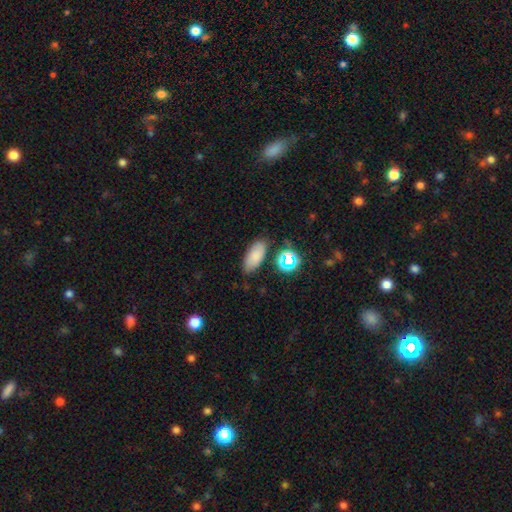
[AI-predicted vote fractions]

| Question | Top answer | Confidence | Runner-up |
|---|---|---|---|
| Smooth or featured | smooth | 77% | star or artifact (14%) |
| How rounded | in between | 85% | cigar-shaped (10%) |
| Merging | none | 78% | minor disturbance (14%) |